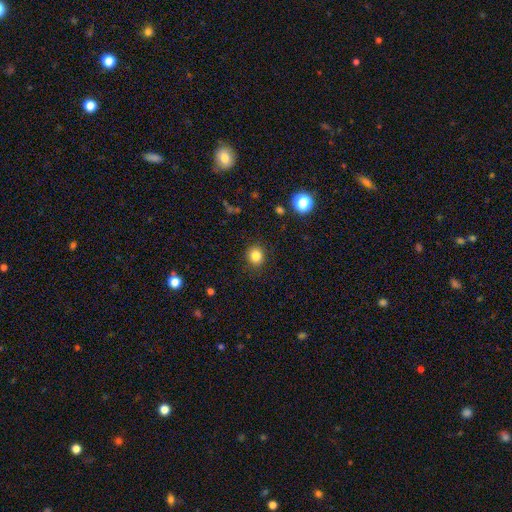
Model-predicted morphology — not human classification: Smooth or featured?
  - smooth: 83% *
  - star or artifact: 12%
  - featured or disk: 5%
How rounded?
  - round: 85% *
  - in between: 14%
  - cigar-shaped: 1%
Merging?
  - none: 90% *
  - minor disturbance: 7%
  - major disturbance: 2%
  - merger: 1%